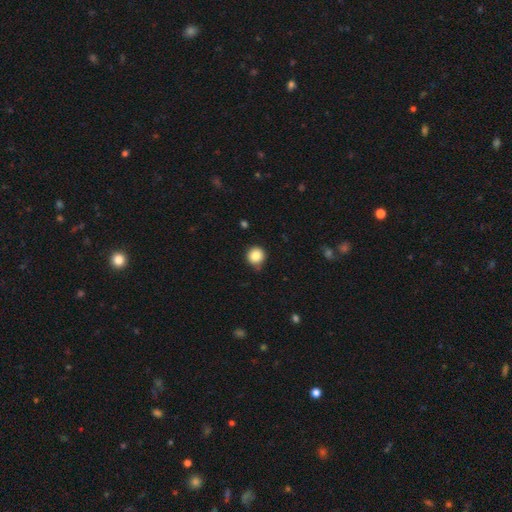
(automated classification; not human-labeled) The model was most divided on "merging": none: 84%, minor disturbance: 12%, major disturbance: 2%, merger: 2%. More confident: how rounded — round (94%); smooth or featured — smooth (86%).